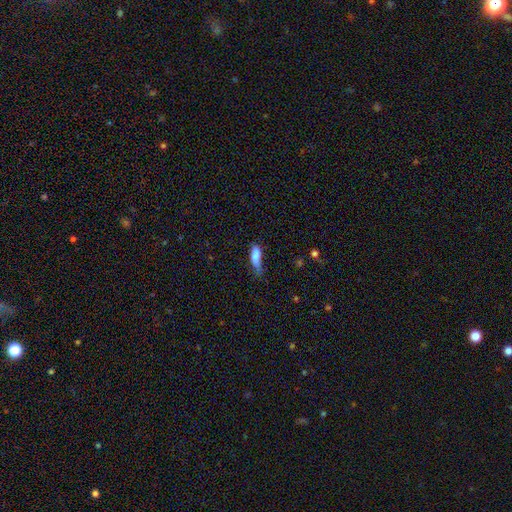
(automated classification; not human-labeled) This appears to be a smooth galaxy with no disk features (80%) that is in between round and cigar-shaped (52%). Merging: minor disturbance (43%).